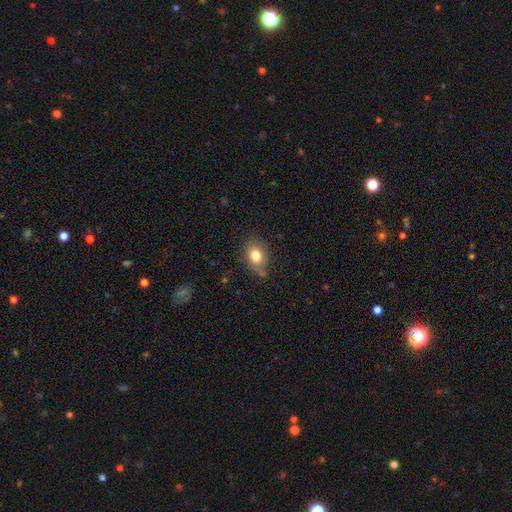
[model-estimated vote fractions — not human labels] The model was most divided on "how rounded": in between: 69%, round: 30%, cigar-shaped: 1%. More confident: smooth or featured — smooth (80%); merging — none (69%).